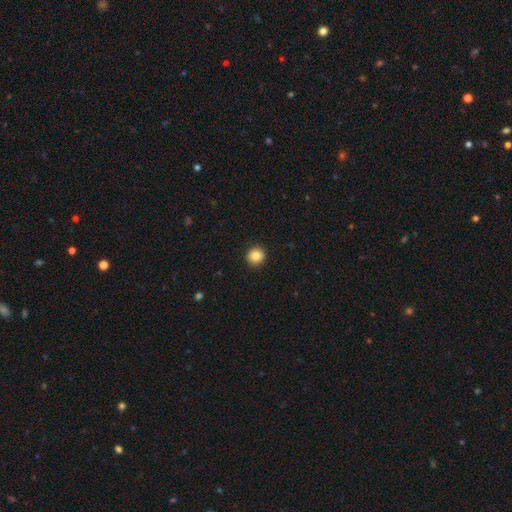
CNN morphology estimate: Overall: smooth (85%). How rounded: round (92%). Merging: none (92%).